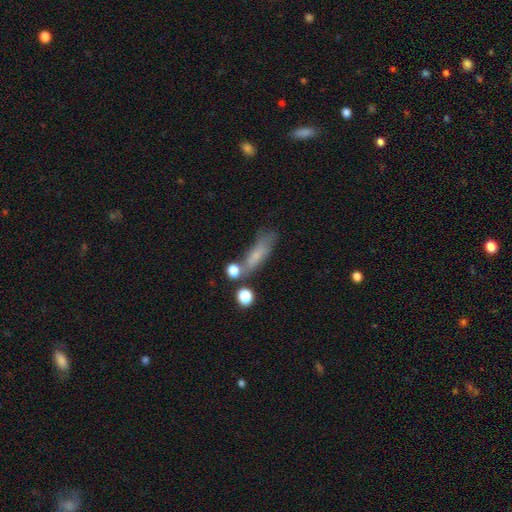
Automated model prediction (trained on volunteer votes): This is likely a smooth galaxy (63%). How rounded: possibly cigar-shaped (50%). Merging: possibly none (49%).